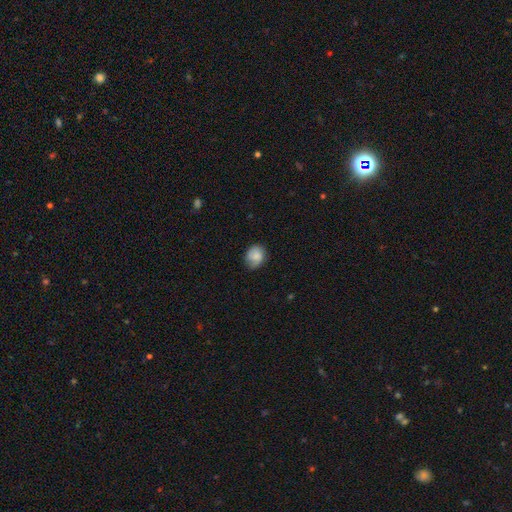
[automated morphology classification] Q: Smooth or featured?
A: smooth (80%); runner-up: featured or disk (12%)
Q: How rounded?
A: round (60%); runner-up: in between (39%)
Q: Merging?
A: none (66%); runner-up: minor disturbance (27%)